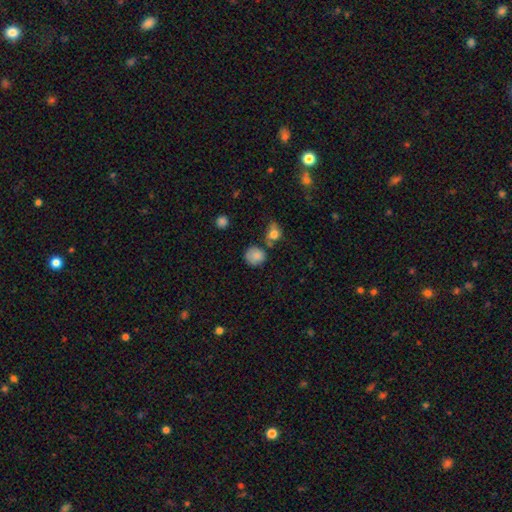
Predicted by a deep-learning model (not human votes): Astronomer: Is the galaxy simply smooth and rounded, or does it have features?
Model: smooth — 81%.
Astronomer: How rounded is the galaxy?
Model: round — 83%.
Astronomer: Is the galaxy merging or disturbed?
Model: none — 61%.